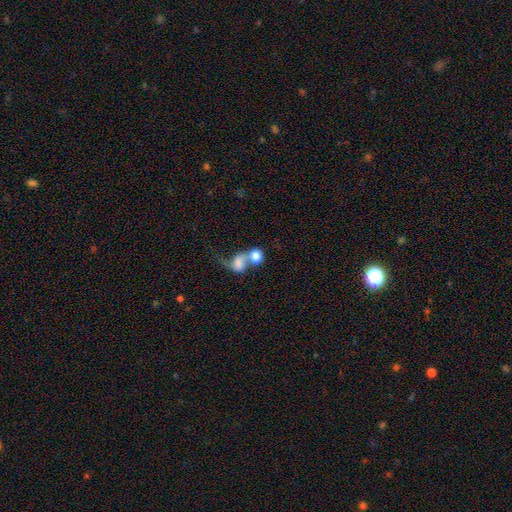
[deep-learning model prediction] smooth_or_featured: smooth (p=0.71) [alt: featured or disk p=0.20]
how_rounded: round (p=0.56) [alt: in between p=0.42]
merging: merger (p=0.76) [alt: none p=0.12]